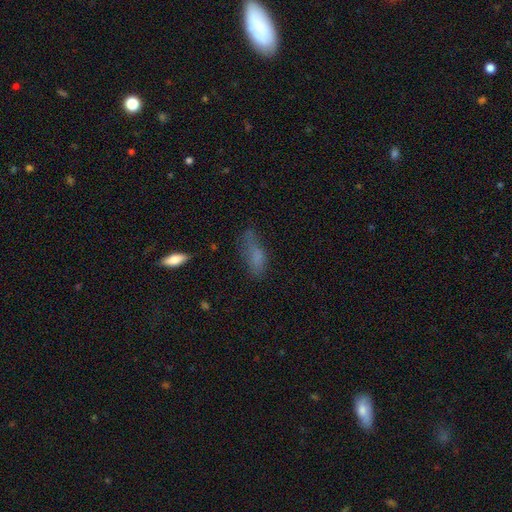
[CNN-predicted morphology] This appears to be a smooth galaxy with no disk features (69%) that is in between round and cigar-shaped (70%). Merging: none (47%).